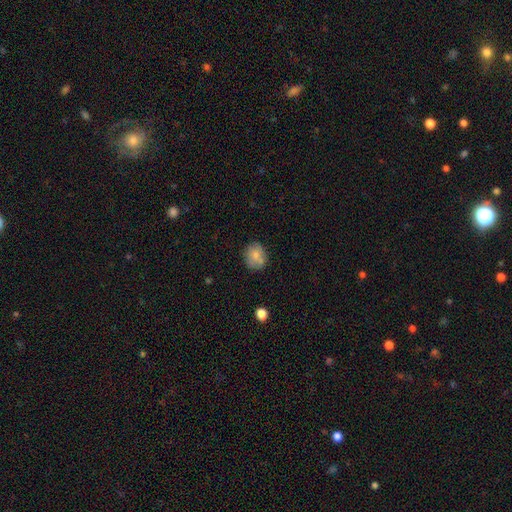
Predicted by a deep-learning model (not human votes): smooth 73%, featured or disk 18%, star or artifact 9%. Down the decision tree: how rounded — round (71%); merging — none (66%).